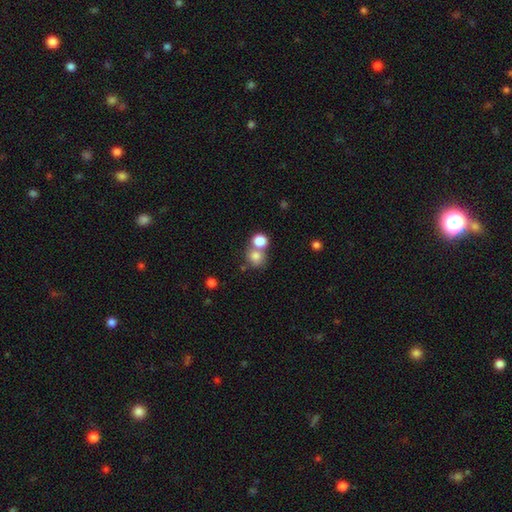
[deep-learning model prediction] smooth 79%, star or artifact 12%, featured or disk 9%. Down the decision tree: how rounded — round (81%); merging — none (47%).